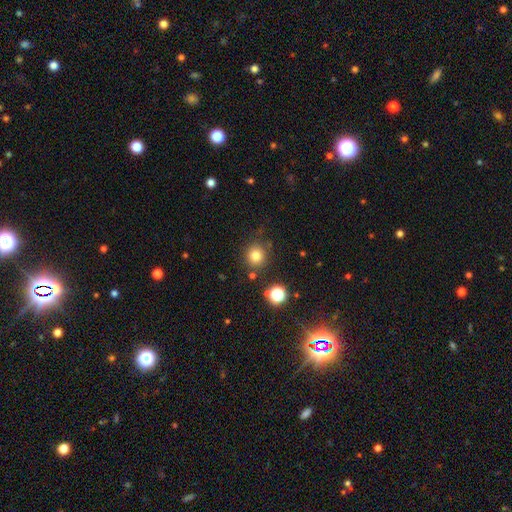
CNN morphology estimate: This appears to be a smooth galaxy with no disk features (79%) that is round (91%). Merging: none (81%).